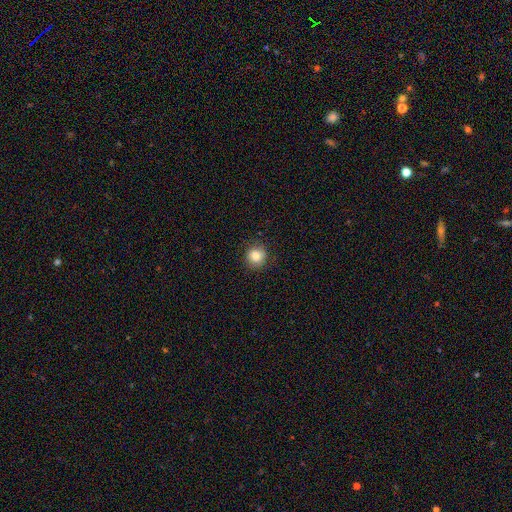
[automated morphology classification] smooth 83%, star or artifact 10%, featured or disk 7%. Down the decision tree: how rounded — round (91%); merging — none (86%).